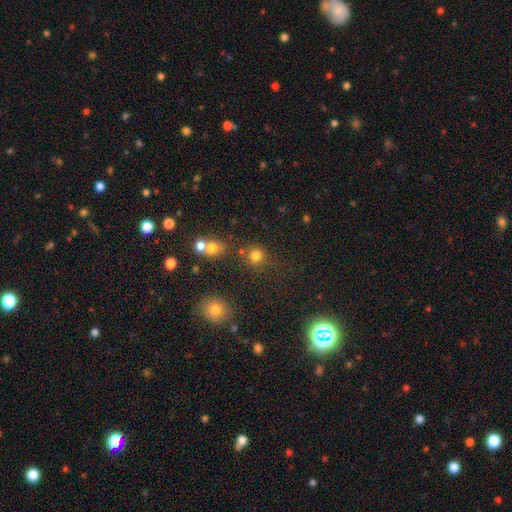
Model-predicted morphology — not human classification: smooth_or_featured: smooth (p=0.79) [alt: star or artifact p=0.15]
how_rounded: round (p=0.89) [alt: in between p=0.10]
merging: none (p=0.74) [alt: merger p=0.12]